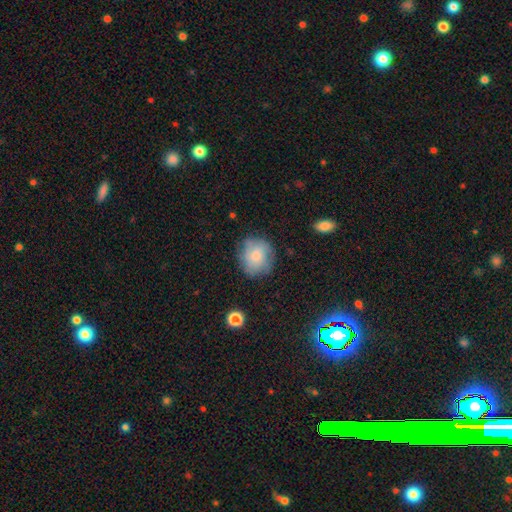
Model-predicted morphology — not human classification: smooth-or-featured: smooth: 73% | featured or disk: 19% | star or artifact: 8%
  how-rounded: round: 79% | in between: 20% | cigar-shaped: 1%
  merging: none: 72% | minor disturbance: 20% | major disturbance: 6% | merger: 2%